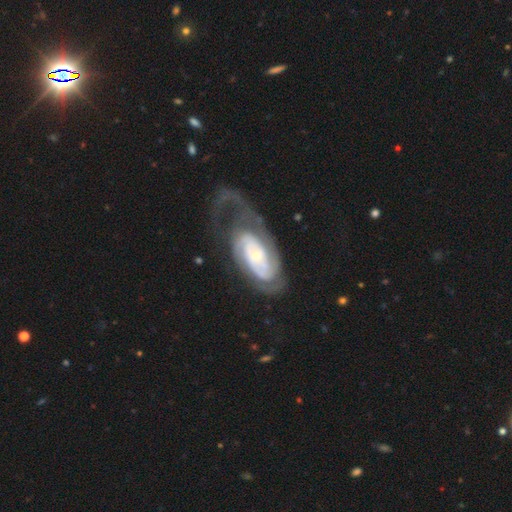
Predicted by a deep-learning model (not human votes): Overall: featured or disk (82%). Edge-on disk: no (94%). Bar: no (64%; weak 26%). Spiral arms: yes (92%). Spiral arm count: 2 (37%; can't tell 34%). Spiral winding: tight (59%; medium 28%). Bulge size: small (67%). Merging: major disturbance (44%; none 33%).